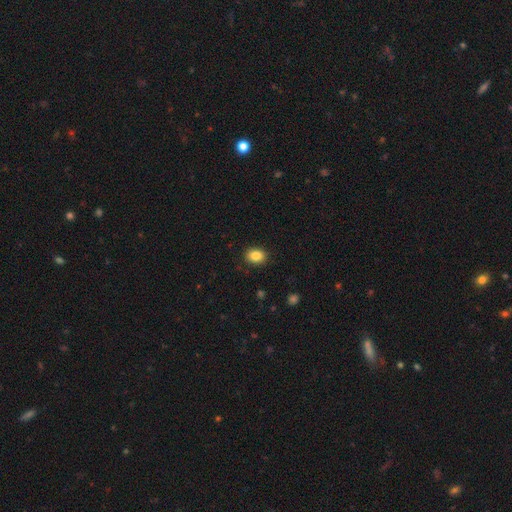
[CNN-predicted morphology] Overall: smooth (86%). How rounded: in between (56%; round 43%). Merging: none (89%).